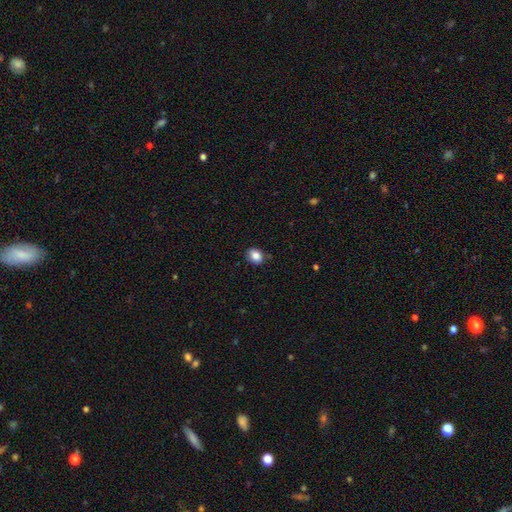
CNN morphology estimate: Smooth or featured?
  - smooth: 85% *
  - star or artifact: 9%
  - featured or disk: 6%
How rounded?
  - in between: 55% *
  - round: 44%
  - cigar-shaped: 1%
Merging?
  - none: 85% *
  - minor disturbance: 11%
  - major disturbance: 2%
  - merger: 2%